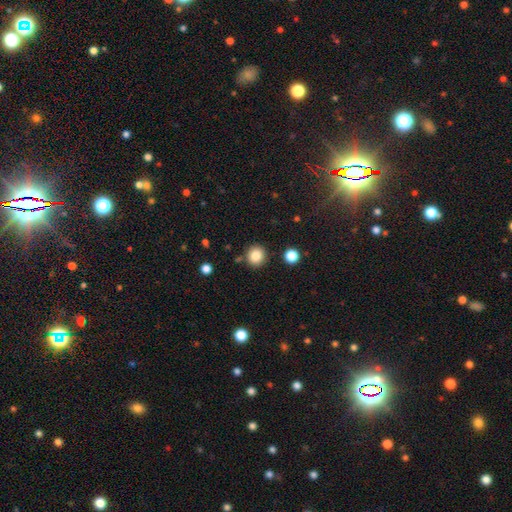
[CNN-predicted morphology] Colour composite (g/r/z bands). It shows a smooth galaxy with no disk features (85%) that is round (90%). Merging: none (86%).